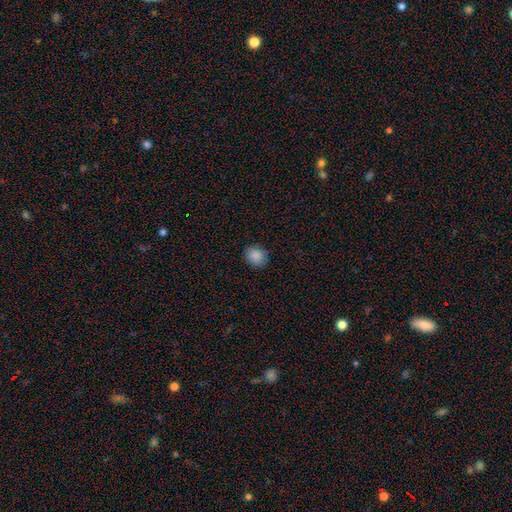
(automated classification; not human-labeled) Smooth or featured: smooth — 87% (star or artifact — 10%)
How rounded: round — 73% (in between — 26%)
Merging: none — 89% (minor disturbance — 8%)